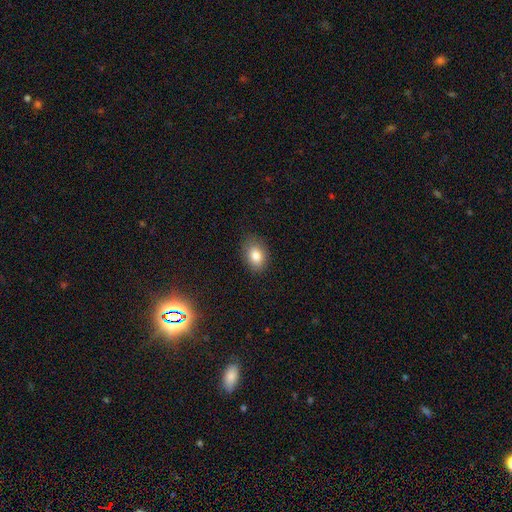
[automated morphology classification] Smooth or featured?
  - smooth: 83% *
  - star or artifact: 9%
  - featured or disk: 8%
How rounded?
  - in between: 80% *
  - round: 19%
  - cigar-shaped: 1%
Merging?
  - none: 83% *
  - minor disturbance: 13%
  - major disturbance: 3%
  - merger: 1%